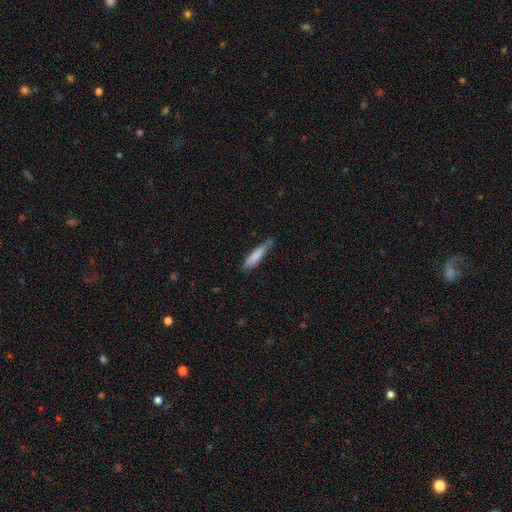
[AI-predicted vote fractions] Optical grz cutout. It shows a smooth galaxy with no disk features (80%) that is cigar-shaped (83%). Merging: none (62%).